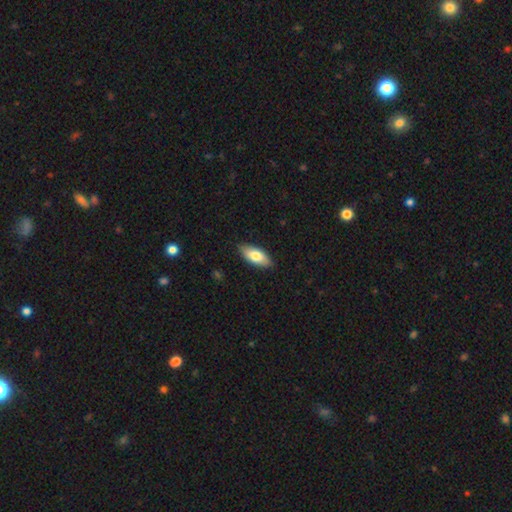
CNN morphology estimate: Smooth or featured?
  - smooth: 78% *
  - featured or disk: 16%
  - star or artifact: 6%
How rounded?
  - in between: 88% *
  - cigar-shaped: 10%
  - round: 2%
Merging?
  - none: 87% *
  - minor disturbance: 10%
  - major disturbance: 2%
  - merger: 1%